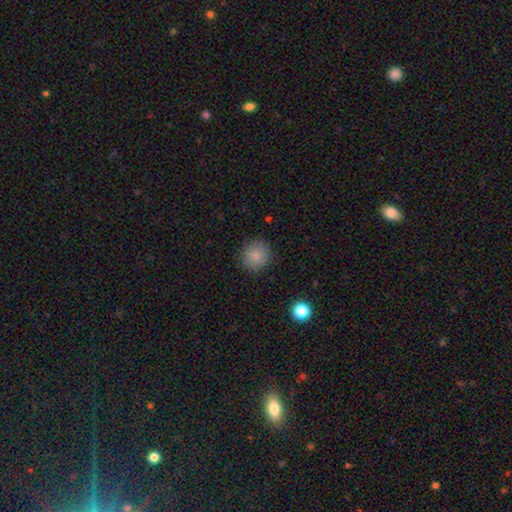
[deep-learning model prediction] This is clearly a smooth galaxy (86%). How rounded: clearly round (91%). Merging: clearly none (89%).